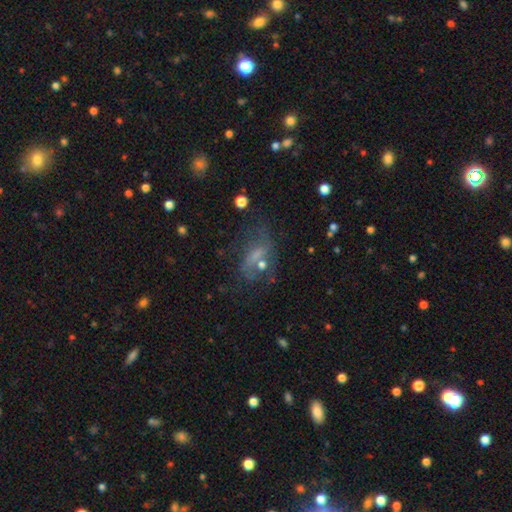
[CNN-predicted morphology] Smooth or featured?
  - featured or disk: 41% *
  - smooth: 37%
  - star or artifact: 21%
Merging?
  - none: 41% *
  - major disturbance: 29%
  - minor disturbance: 22%
  - merger: 9%